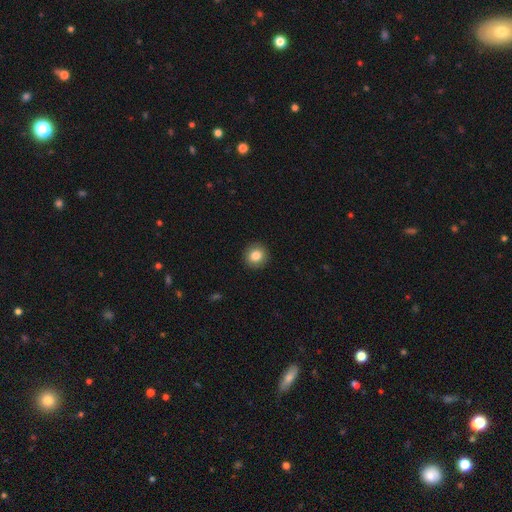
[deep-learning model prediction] Smooth or featured: smooth — 84% (star or artifact — 9%)
How rounded: round — 91% (in between — 8%)
Merging: none — 92% (minor disturbance — 5%)